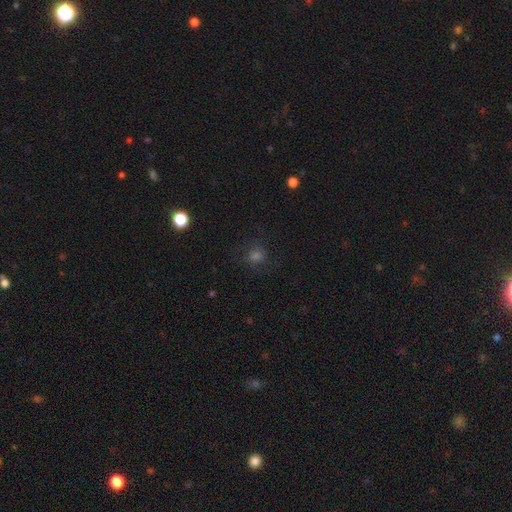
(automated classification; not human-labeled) This appears to be a smooth galaxy with no disk features (58%) that is round (79%). Merging: none (75%).